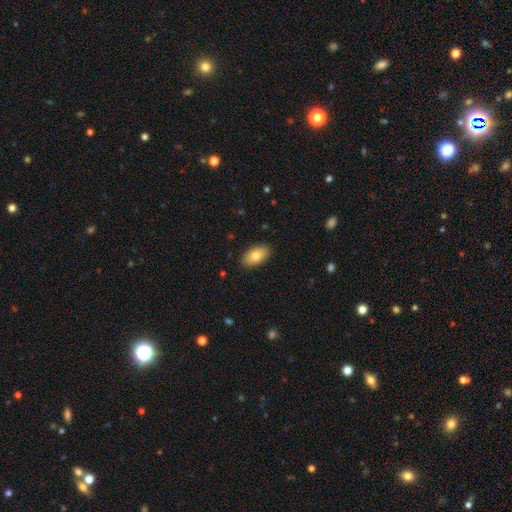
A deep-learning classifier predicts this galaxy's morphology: The model was most divided on "smooth or featured": smooth: 79%, featured or disk: 14%, star or artifact: 7%. More confident: how rounded — in between (93%); merging — none (88%).